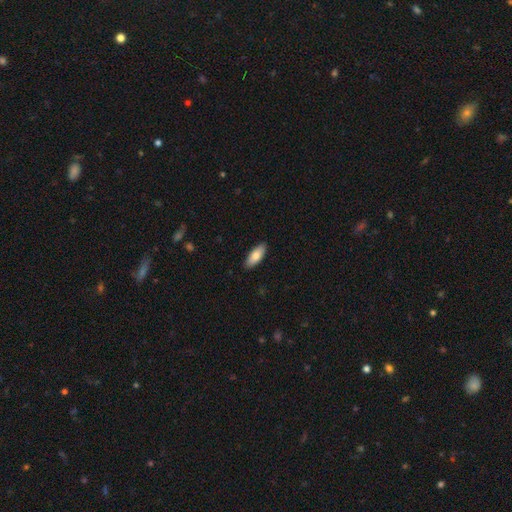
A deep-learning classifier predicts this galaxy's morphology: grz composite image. It shows a smooth galaxy with no disk features (80%) that is in between round and cigar-shaped (78%). Merging: none (89%).